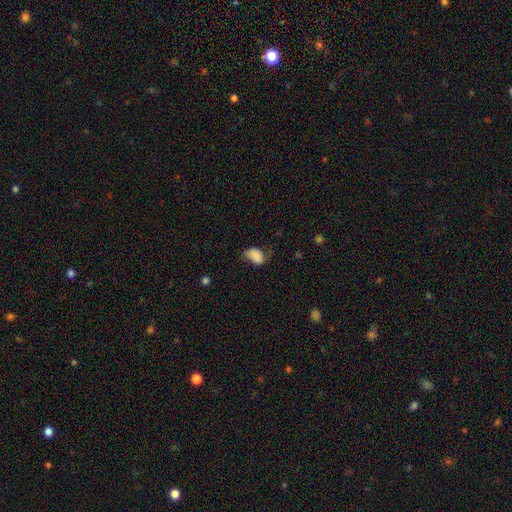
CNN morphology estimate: Smooth or featured? smooth (74%)
How rounded? in between (86%)
Merging? none (38%)